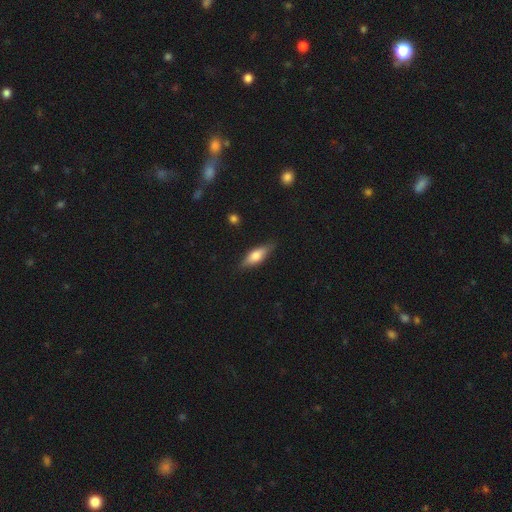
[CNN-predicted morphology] Smooth or featured: smooth — 61% (featured or disk — 32%)
How rounded: in between — 60% (cigar-shaped — 37%)
Merging: none — 82% (minor disturbance — 14%)